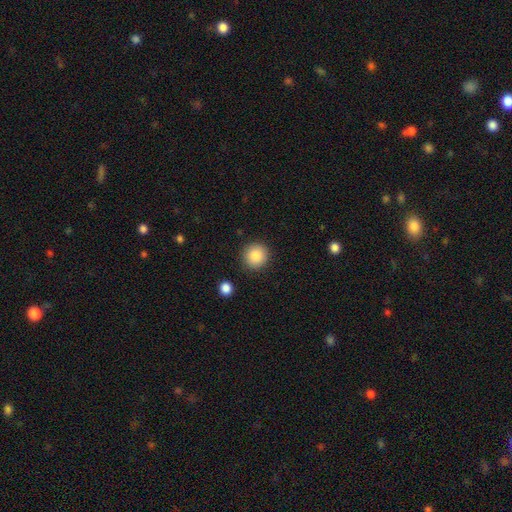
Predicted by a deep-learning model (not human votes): This appears to be a smooth galaxy with no disk features (87%) that is round (94%). Merging: none (89%).